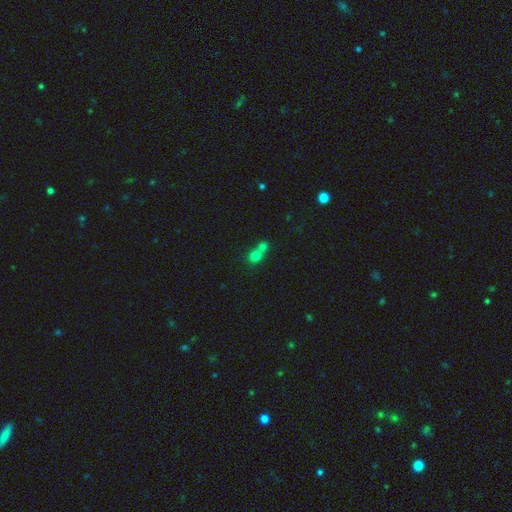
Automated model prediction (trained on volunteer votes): Smooth or featured?
  - smooth: 75% *
  - star or artifact: 14%
  - featured or disk: 11%
How rounded?
  - round: 83% *
  - in between: 16%
  - cigar-shaped: 1%
Merging?
  - merger: 58% *
  - none: 35%
  - minor disturbance: 5%
  - major disturbance: 2%